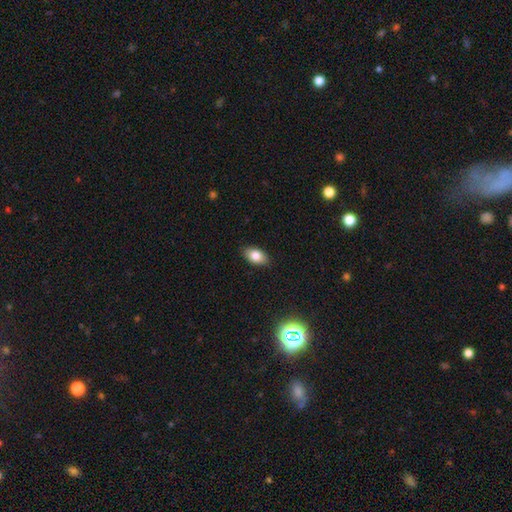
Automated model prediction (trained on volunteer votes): Overall: smooth (82%). How rounded: in between (91%). Merging: none (88%).